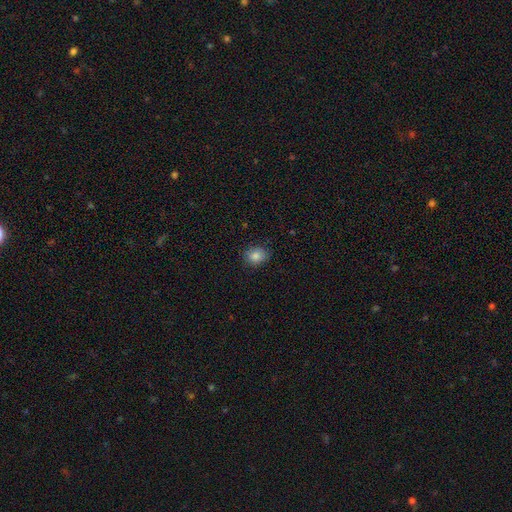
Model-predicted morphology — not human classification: smooth 83%, star or artifact 11%, featured or disk 6%. Down the decision tree: how rounded — round (55%); merging — none (84%).